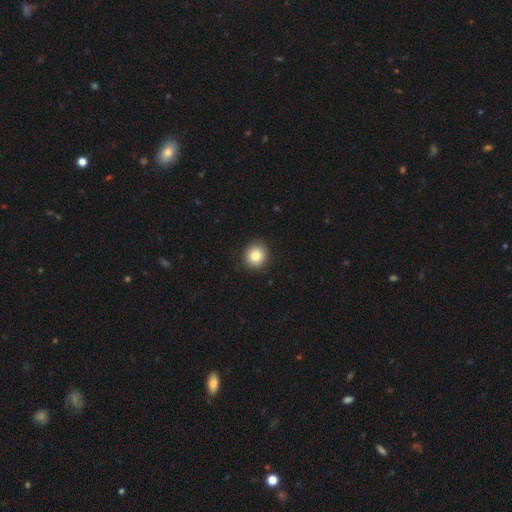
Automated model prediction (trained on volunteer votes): Q: Smooth or featured?
A: smooth (85%); runner-up: star or artifact (9%)
Q: How rounded?
A: round (86%); runner-up: in between (13%)
Q: Merging?
A: none (91%); runner-up: minor disturbance (6%)